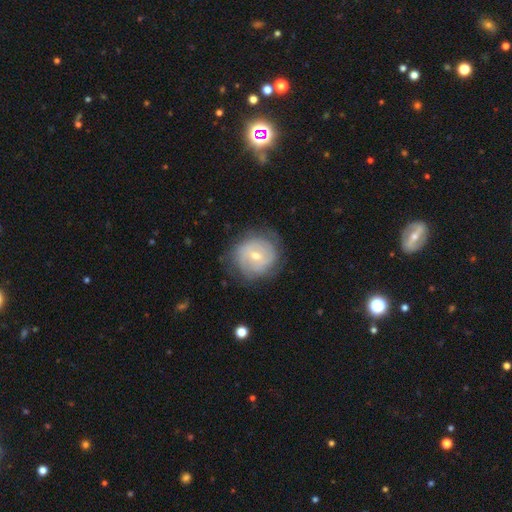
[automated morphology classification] Smooth or featured? featured or disk (65%)
Edge-on disk? no (97%)
Bar? weak (45%, tied with no)
Spiral arms? yes (79%)
Spiral winding? tight (70%)
Spiral arm count? can't tell (52%)
Bulge size? small (53%)
Merging? none (74%)